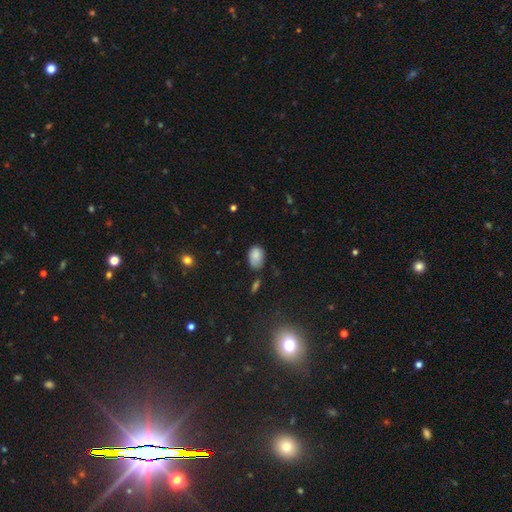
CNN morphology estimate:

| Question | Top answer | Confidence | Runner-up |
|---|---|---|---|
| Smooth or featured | smooth | 82% | star or artifact (10%) |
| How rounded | in between | 86% | round (13%) |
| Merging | none | 55% | minor disturbance (34%) |